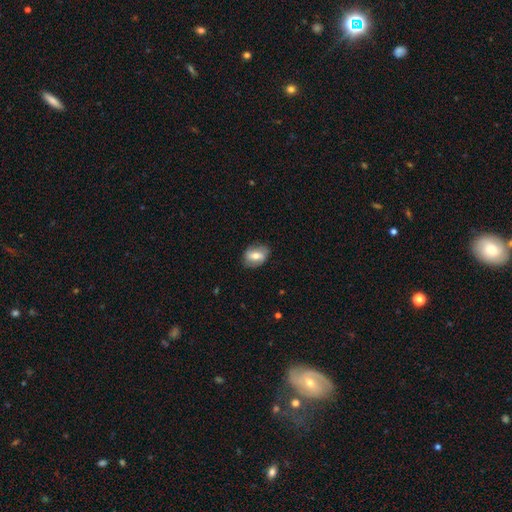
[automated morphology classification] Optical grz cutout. It shows a smooth galaxy with no disk features (48%). Merging: none (79%).